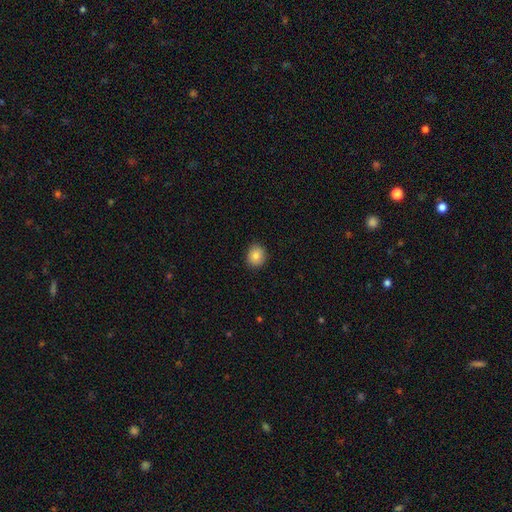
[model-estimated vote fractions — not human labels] smooth 83%, star or artifact 9%, featured or disk 7%. Down the decision tree: how rounded — round (76%); merging — none (89%).